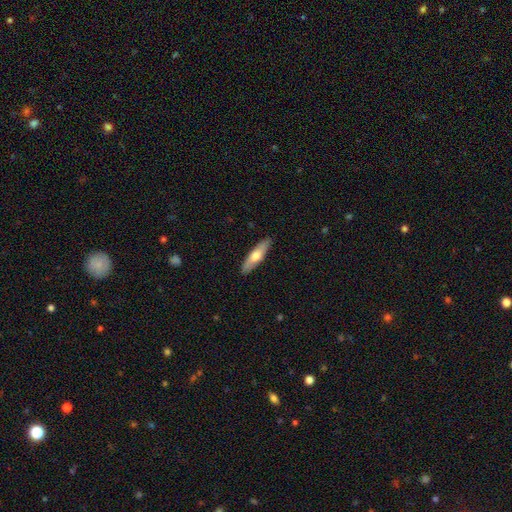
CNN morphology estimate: smooth-or-featured: smooth: 61% | featured or disk: 34% | star or artifact: 5%
  how-rounded: cigar-shaped: 64% | in between: 34% | round: 2%
  merging: none: 89% | minor disturbance: 8% | major disturbance: 2% | merger: 1%